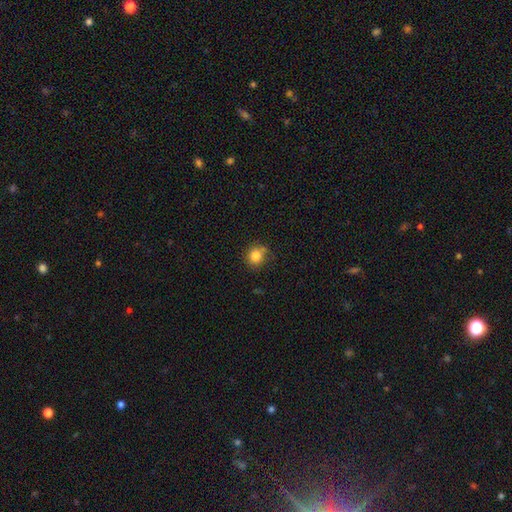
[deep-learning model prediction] smooth 82%, star or artifact 11%, featured or disk 7%. Down the decision tree: how rounded — round (85%); merging — none (72%).